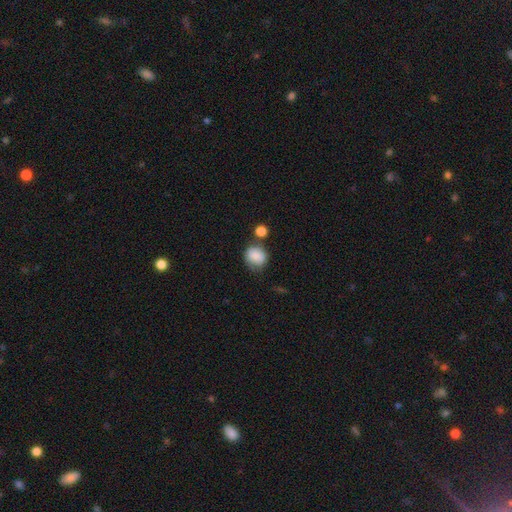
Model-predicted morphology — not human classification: A smooth galaxy with no disk features (86%) that is round (71%). Merging: none (59%).